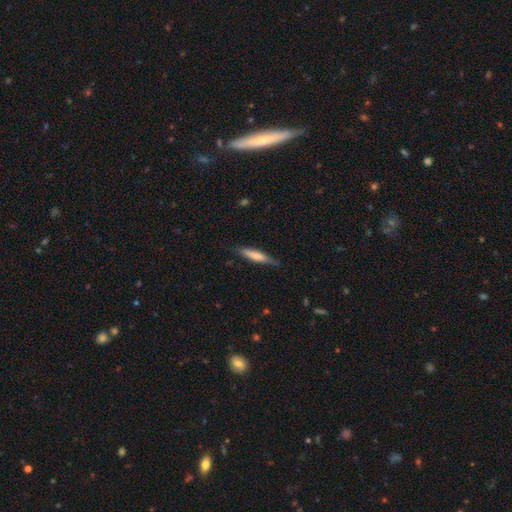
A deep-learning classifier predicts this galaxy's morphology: Smooth or featured? Predicted: smooth (p=0.59). How rounded? Predicted: cigar-shaped (p=0.87). Merging? Predicted: none (p=0.79).